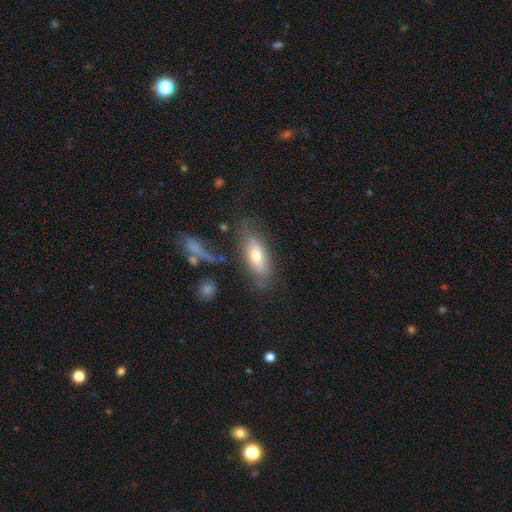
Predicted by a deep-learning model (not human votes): The model was most divided on "smooth or featured": smooth: 64%, featured or disk: 28%, star or artifact: 8%. More confident: how rounded — in between (71%); merging — none (67%).